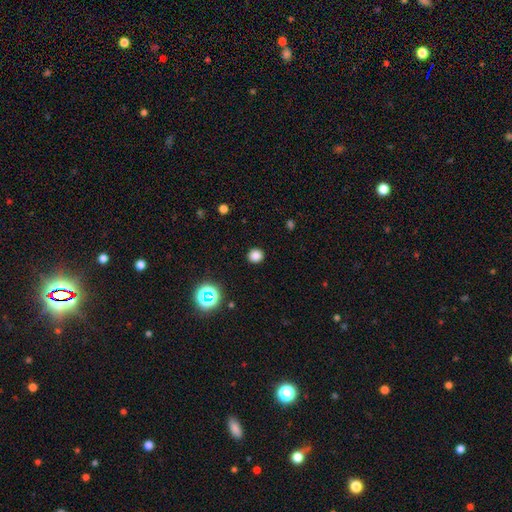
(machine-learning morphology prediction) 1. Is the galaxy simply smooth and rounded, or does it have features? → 81% smooth, 15% star or artifact, 4% featured or disk.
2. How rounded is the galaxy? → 90% round, 9% in between, 1% cigar-shaped.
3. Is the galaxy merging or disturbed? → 92% none, 5% minor disturbance, 2% major disturbance, 1% merger.